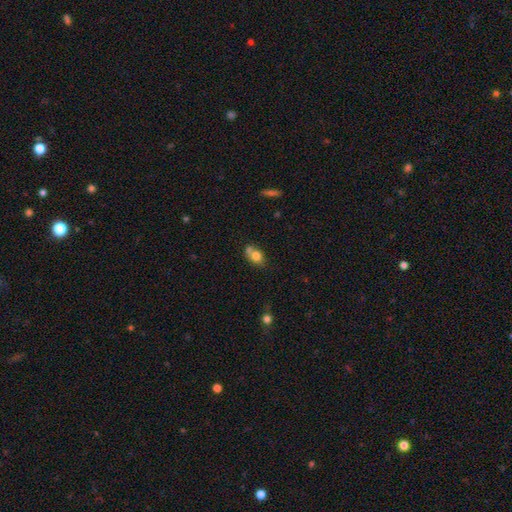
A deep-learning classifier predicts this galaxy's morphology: Smooth or featured: smooth — 74% (featured or disk — 16%)
How rounded: in between — 55% (round — 42%)
Merging: none — 40% (merger — 38%)